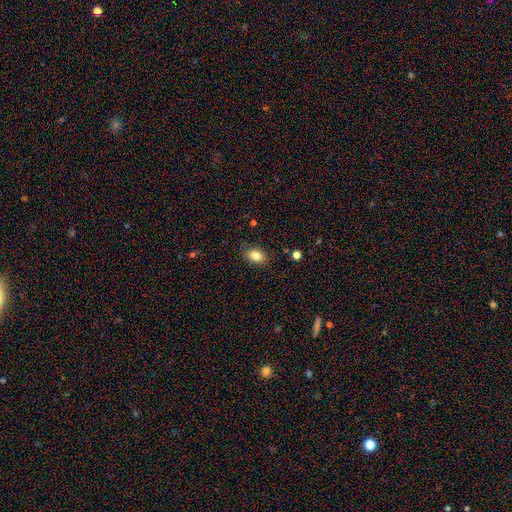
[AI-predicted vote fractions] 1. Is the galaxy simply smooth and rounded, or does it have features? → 83% smooth, 9% star or artifact, 8% featured or disk.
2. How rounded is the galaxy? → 80% in between, 19% round, 1% cigar-shaped.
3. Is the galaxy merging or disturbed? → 84% none, 12% minor disturbance, 3% major disturbance, 1% merger.